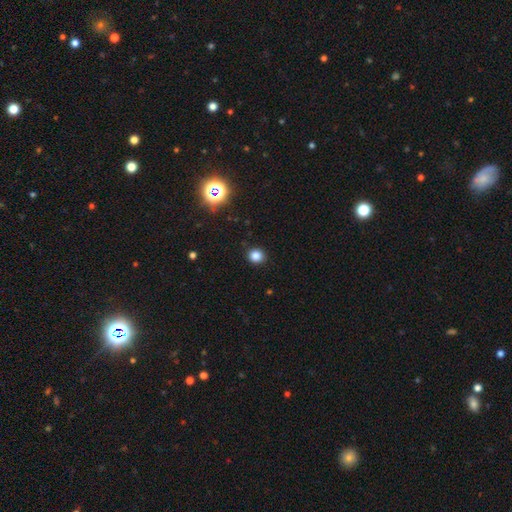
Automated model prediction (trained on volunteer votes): A smooth galaxy with no disk features (82%) that is round (85%).

Vote fractions:
- Smooth or featured? smooth: 82% / star or artifact: 14% / featured or disk: 4%
- How rounded? round: 85% / in between: 14% / cigar-shaped: 1%
- Merging? none: 91% / minor disturbance: 6% / major disturbance: 2% / merger: 1%